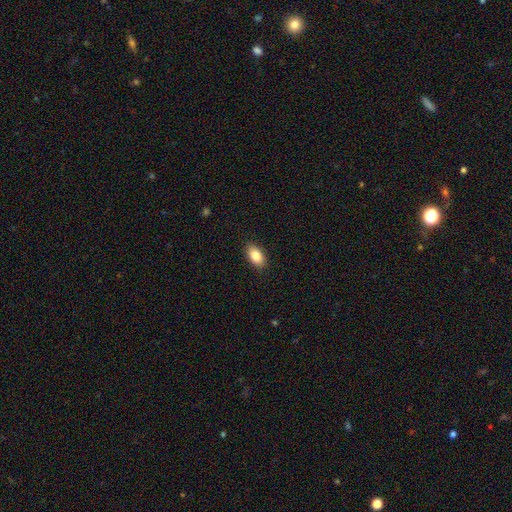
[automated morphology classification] Smooth or featured? Predicted: smooth (p=0.84). How rounded? Predicted: in between (p=0.92). Merging? Predicted: none (p=0.89).